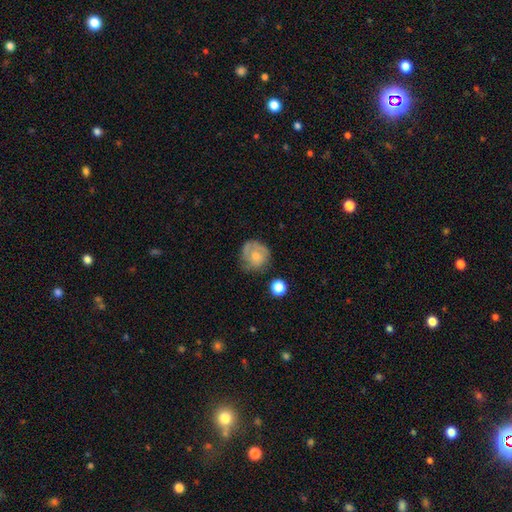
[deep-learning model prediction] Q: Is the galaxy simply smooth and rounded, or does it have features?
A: smooth — 55%.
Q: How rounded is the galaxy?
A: round — 82%.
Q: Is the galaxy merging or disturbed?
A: none — 56%.